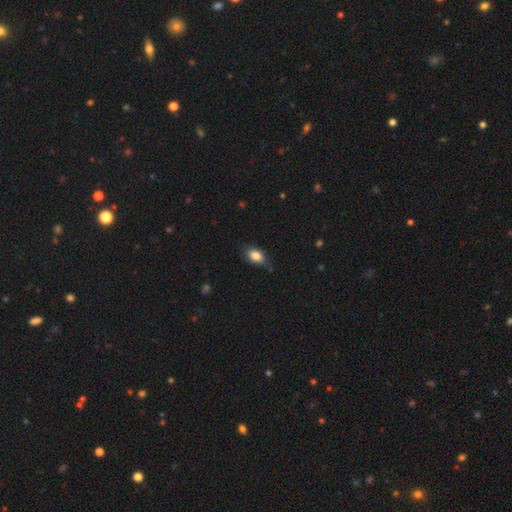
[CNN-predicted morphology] The model was most divided on "merging": none: 67%, minor disturbance: 26%, major disturbance: 6%, merger: 2%. More confident: how rounded — in between (85%); smooth or featured — smooth (83%).